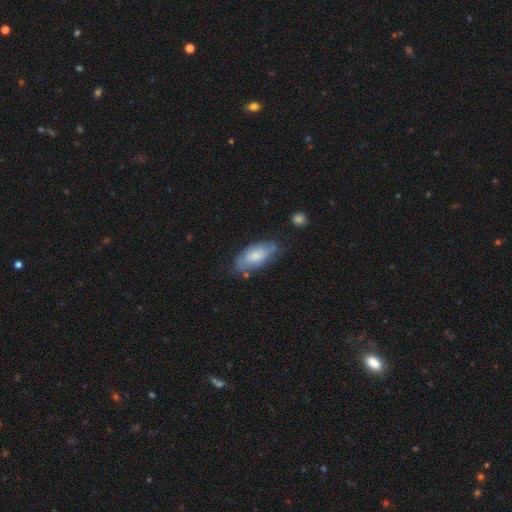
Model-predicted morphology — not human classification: Smooth or featured? smooth (70%)
How rounded? in between (89%)
Merging? none (62%)